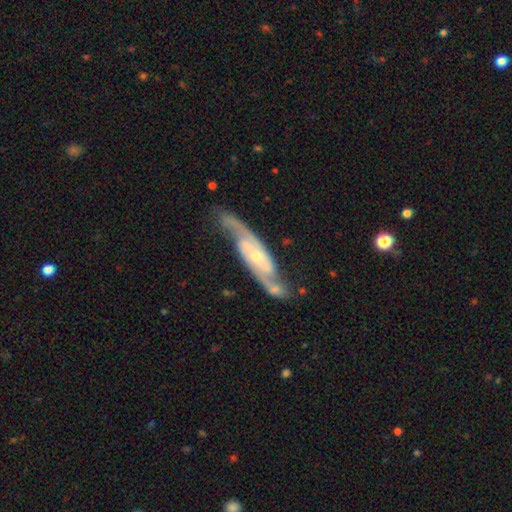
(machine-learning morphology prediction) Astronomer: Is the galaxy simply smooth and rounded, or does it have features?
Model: featured or disk — 90%.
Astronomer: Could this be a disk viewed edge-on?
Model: no — 89%.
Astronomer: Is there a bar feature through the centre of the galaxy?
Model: no — 39% (runner-up: weak, 36%).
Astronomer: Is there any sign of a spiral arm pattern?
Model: yes — 98%.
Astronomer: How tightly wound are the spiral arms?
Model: medium — 52% (runner-up: tight, 29%).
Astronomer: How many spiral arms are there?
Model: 2 — 92%.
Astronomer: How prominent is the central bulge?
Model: small — 69%.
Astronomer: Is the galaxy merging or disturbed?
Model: none — 74%.